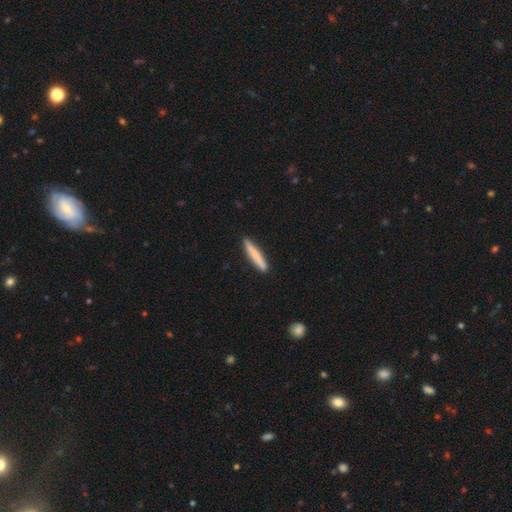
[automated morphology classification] Smooth or featured? Predicted: smooth (p=0.76). How rounded? Predicted: cigar-shaped (p=0.94). Merging? Predicted: none (p=0.91).